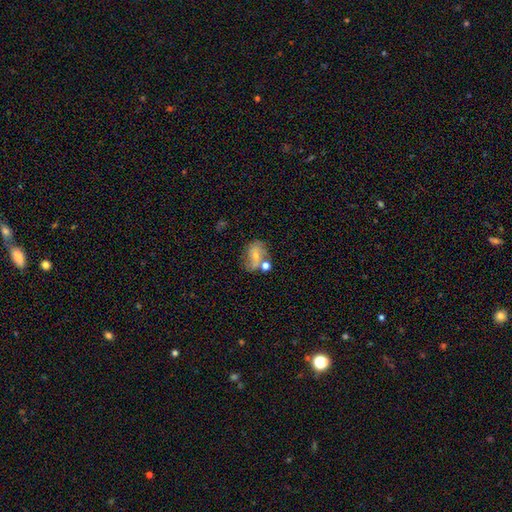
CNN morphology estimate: A smooth galaxy with no disk features (50%).

Vote fractions:
- Smooth or featured? smooth: 50% / featured or disk: 39% / star or artifact: 11%
- Merging? none: 47% / merger: 22% / minor disturbance: 21% / major disturbance: 11%